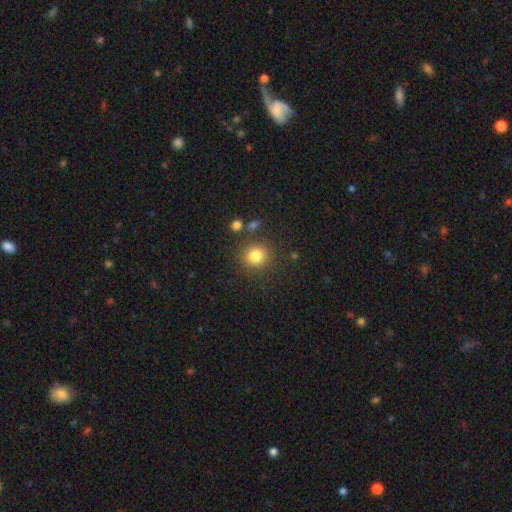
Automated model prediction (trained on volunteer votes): Smooth or featured? Predicted: smooth (p=0.82). How rounded? Predicted: round (p=0.86). Merging? Predicted: none (p=0.82).